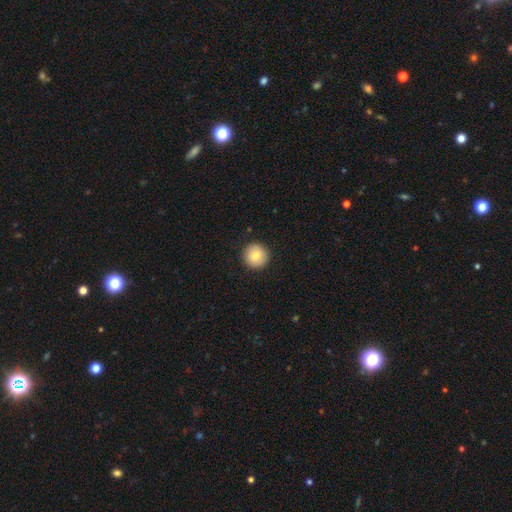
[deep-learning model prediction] The model was most divided on "smooth or featured": smooth: 82%, featured or disk: 10%, star or artifact: 8%. More confident: how rounded — round (96%); merging — none (92%).